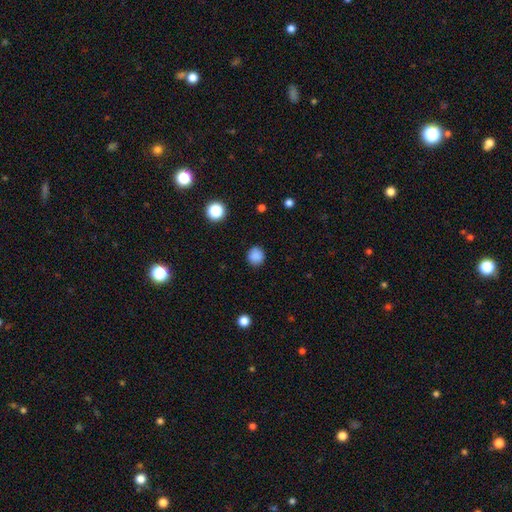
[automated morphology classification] This is clearly a smooth galaxy (86%). How rounded: clearly round (88%). Merging: clearly none (87%).